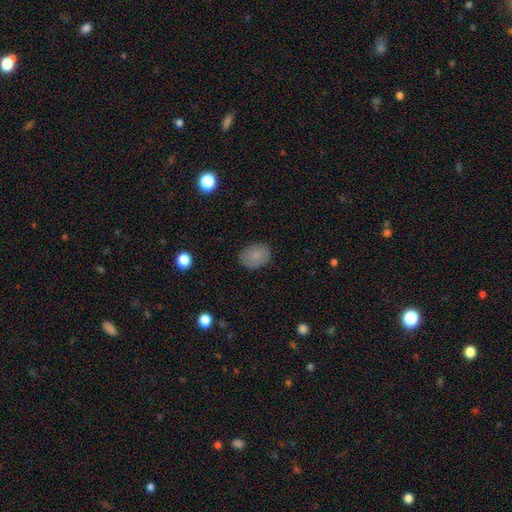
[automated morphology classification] Smooth or featured? Predicted: smooth (p=0.83). How rounded? Predicted: in between (p=0.67). Merging? Predicted: none (p=0.86).